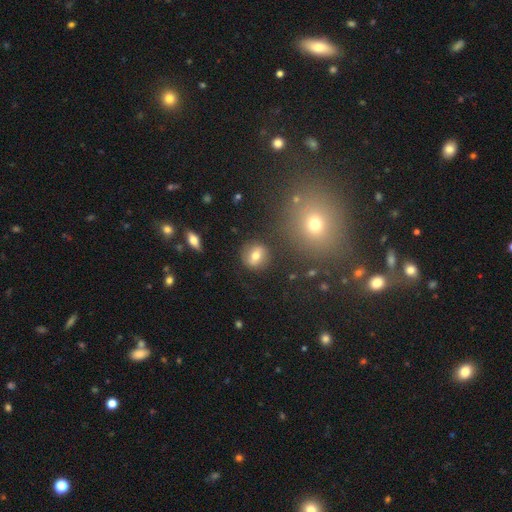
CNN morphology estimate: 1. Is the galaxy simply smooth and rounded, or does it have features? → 65% smooth, 24% featured or disk, 11% star or artifact.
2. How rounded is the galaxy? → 74% round, 24% in between, 2% cigar-shaped.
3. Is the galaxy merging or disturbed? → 85% none, 9% minor disturbance, 3% merger, 3% major disturbance.